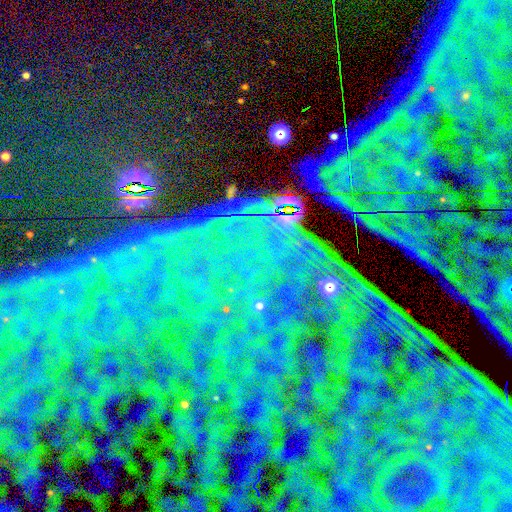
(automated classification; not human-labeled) Smooth or featured? star or artifact (85%)